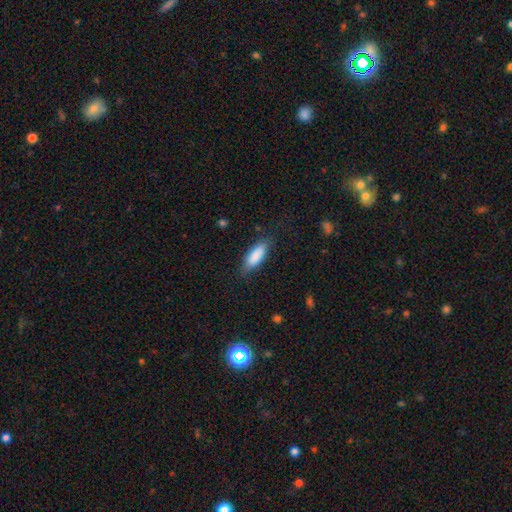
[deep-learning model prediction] A smooth galaxy with no disk features (84%) that is in between round and cigar-shaped (68%).

Vote fractions:
- Smooth or featured? smooth: 84% / featured or disk: 10% / star or artifact: 6%
- How rounded? in between: 68% / cigar-shaped: 31% / round: 2%
- Merging? none: 78% / minor disturbance: 17% / major disturbance: 4% / merger: 1%